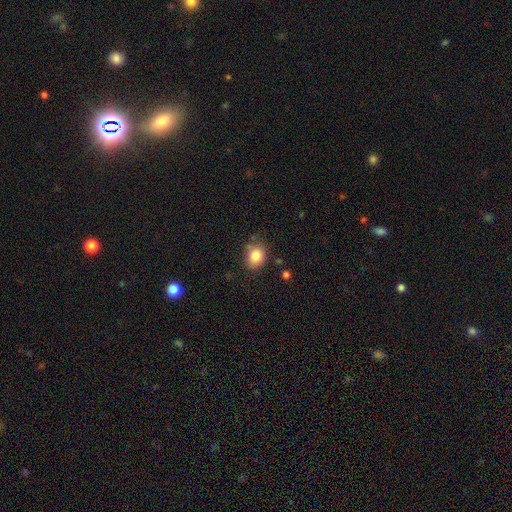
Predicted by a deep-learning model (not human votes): Smooth or featured? Predicted: smooth (p=0.84). How rounded? Predicted: round (p=0.58). Merging? Predicted: none (p=0.70).